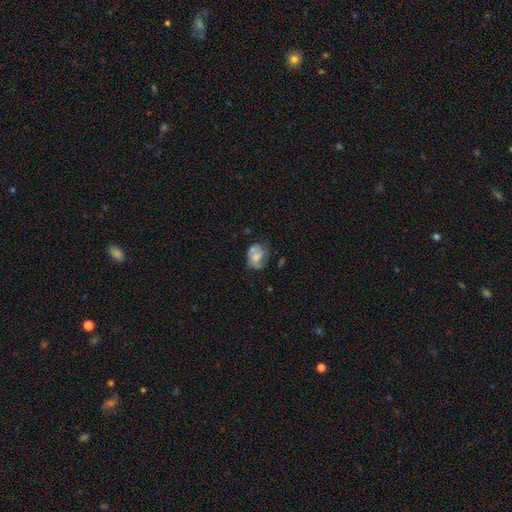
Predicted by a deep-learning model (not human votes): Smooth or featured? featured or disk (49%)
Merging? none (46%)